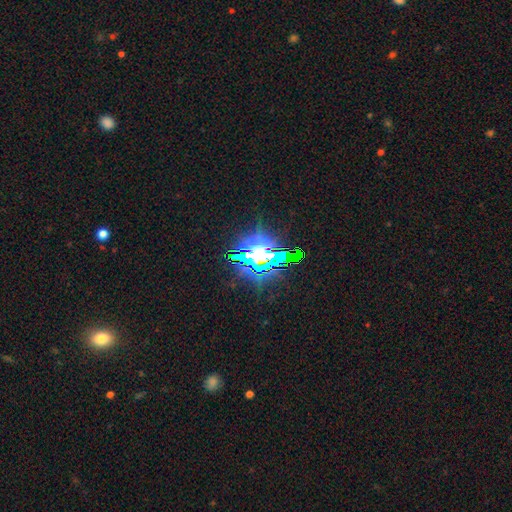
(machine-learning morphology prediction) smooth-or-featured: star or artifact: 72% | smooth: 15% | featured or disk: 13%